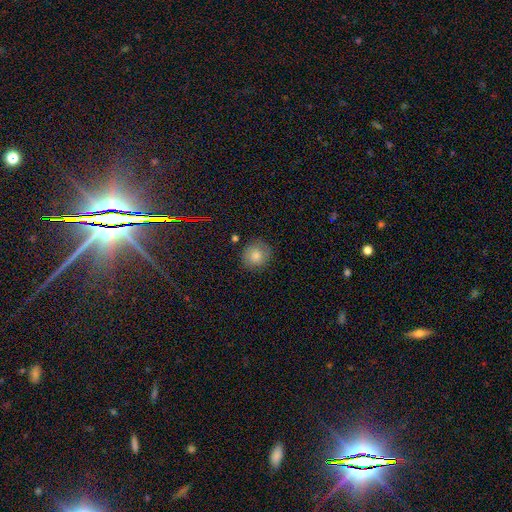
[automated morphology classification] smooth-or-featured: smooth: 78% | featured or disk: 11% | star or artifact: 11%
  how-rounded: round: 85% | in between: 14% | cigar-shaped: 1%
  merging: none: 81% | minor disturbance: 13% | major disturbance: 4% | merger: 2%